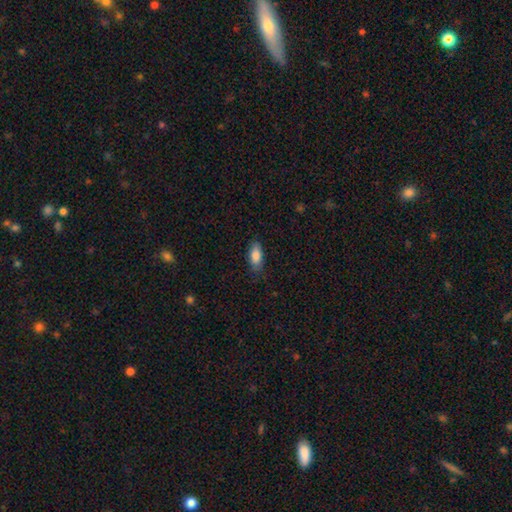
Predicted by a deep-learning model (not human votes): This is clearly a smooth galaxy (84%). How rounded: clearly in between (81%). Merging: clearly none (81%).